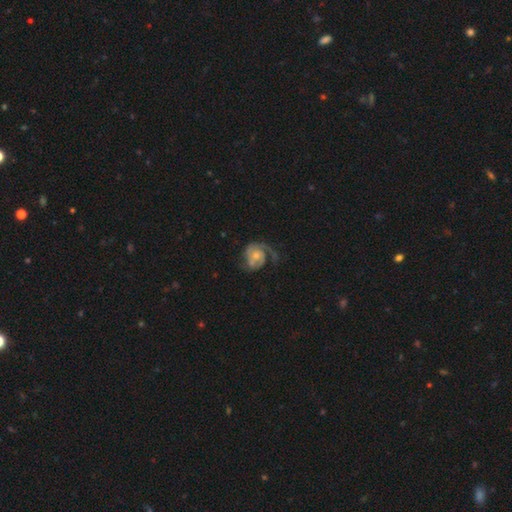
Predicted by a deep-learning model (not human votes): A featured or disk galaxy (81%) with no bar (71%), 2 (55%) medium (42%) spiral arms (94%) and a small central bulge (52%). Merging: none (49%).